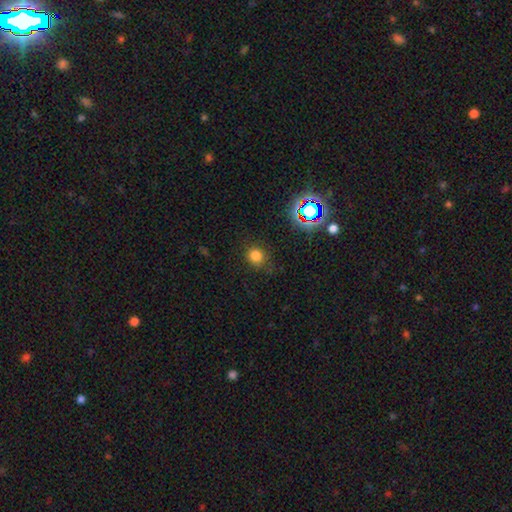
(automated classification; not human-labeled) A smooth galaxy with no disk features (76%) that is round (85%).

Vote fractions:
- Smooth or featured? smooth: 76% / star or artifact: 18% / featured or disk: 6%
- How rounded? round: 85% / in between: 13% / cigar-shaped: 1%
- Merging? none: 83% / minor disturbance: 12% / major disturbance: 4% / merger: 2%